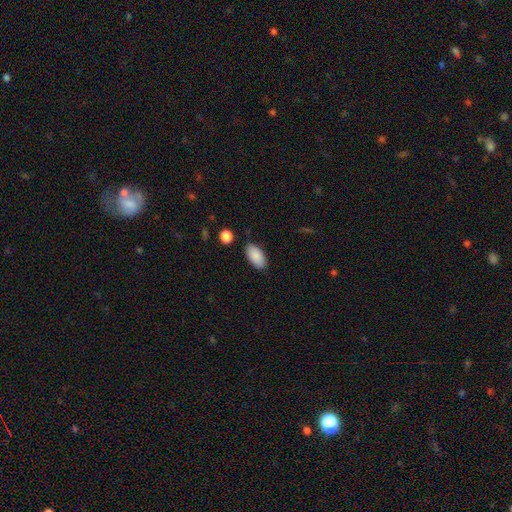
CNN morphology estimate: Smooth or featured?
  - smooth: 89% *
  - star or artifact: 6%
  - featured or disk: 5%
How rounded?
  - in between: 94% *
  - cigar-shaped: 3%
  - round: 2%
Merging?
  - none: 85% *
  - minor disturbance: 10%
  - major disturbance: 2%
  - merger: 2%